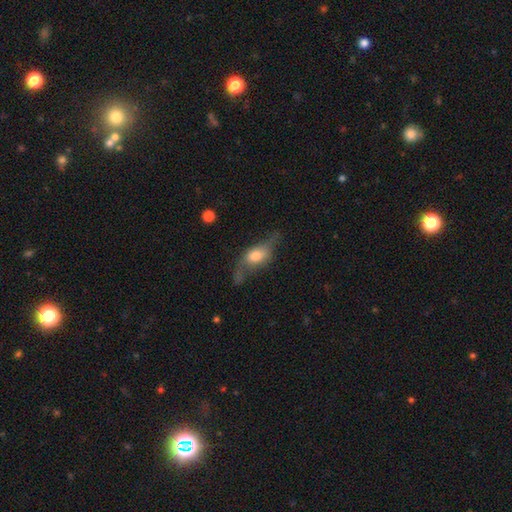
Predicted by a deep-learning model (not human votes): smooth_or_featured: featured or disk (p=0.48) [alt: smooth p=0.45]
merging: none (p=0.44) [alt: minor disturbance p=0.28]